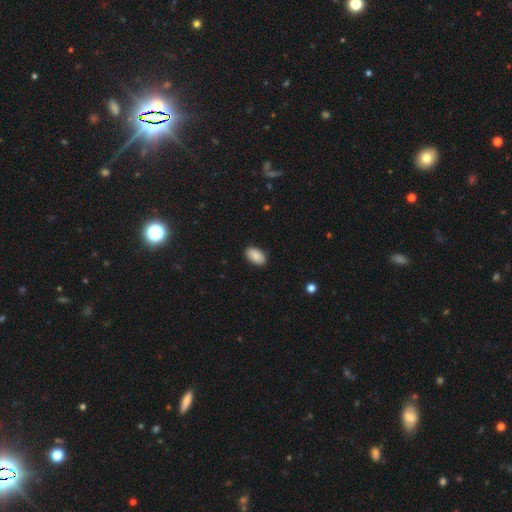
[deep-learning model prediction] smooth-or-featured: smooth: 87% | star or artifact: 7% | featured or disk: 6%
  how-rounded: in between: 94% | round: 5% | cigar-shaped: 1%
  merging: none: 88% | minor disturbance: 9% | major disturbance: 2% | merger: 1%